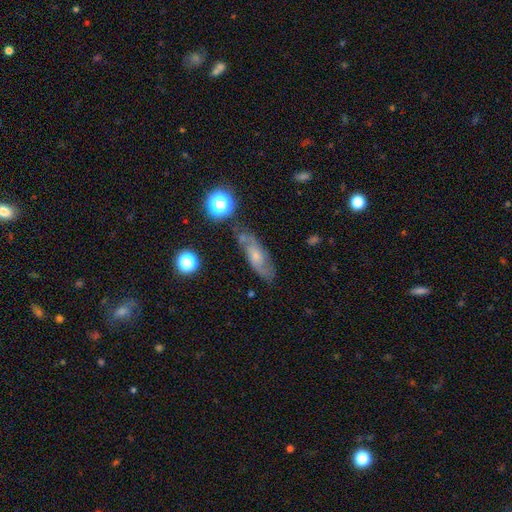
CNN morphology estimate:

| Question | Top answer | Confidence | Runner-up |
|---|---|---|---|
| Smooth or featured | featured or disk | 52% | smooth (36%) |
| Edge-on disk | no | 78% | yes (22%) |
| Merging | none | 70% | minor disturbance (18%) |